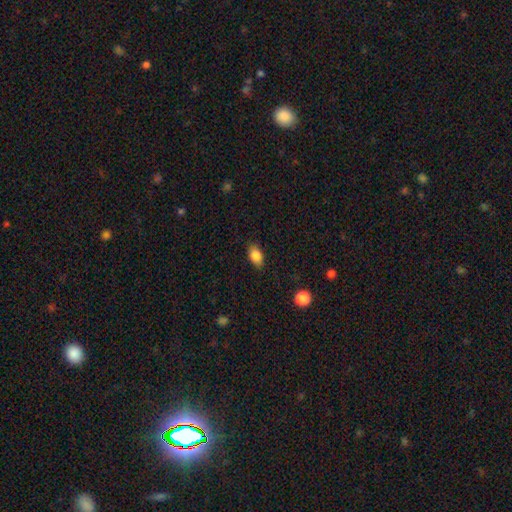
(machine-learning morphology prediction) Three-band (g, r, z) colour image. It shows a smooth galaxy with no disk features (86%) that is in between round and cigar-shaped (88%). Merging: none (84%).